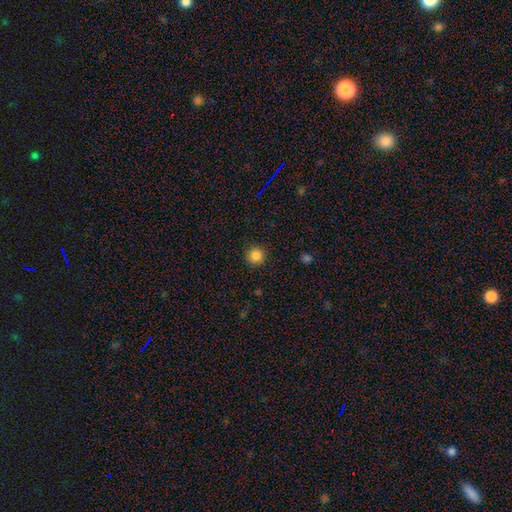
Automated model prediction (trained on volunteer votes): Smooth or featured? Predicted: smooth (p=0.85). How rounded? Predicted: round (p=0.94). Merging? Predicted: none (p=0.91).